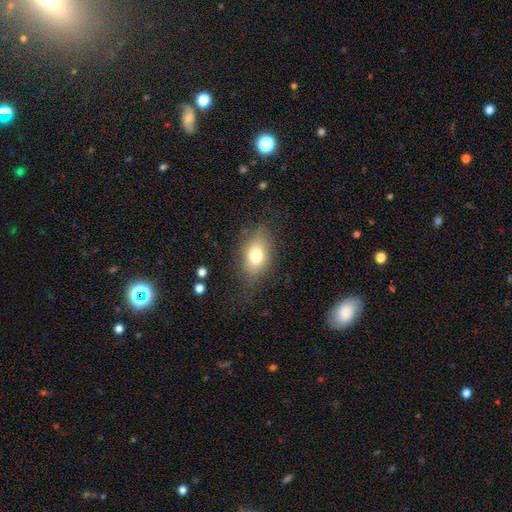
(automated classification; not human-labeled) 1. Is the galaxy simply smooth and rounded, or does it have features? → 73% smooth, 17% featured or disk, 10% star or artifact.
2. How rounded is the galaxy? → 83% in between, 14% round, 3% cigar-shaped.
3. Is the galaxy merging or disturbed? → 72% none, 19% minor disturbance, 8% major disturbance, 2% merger.